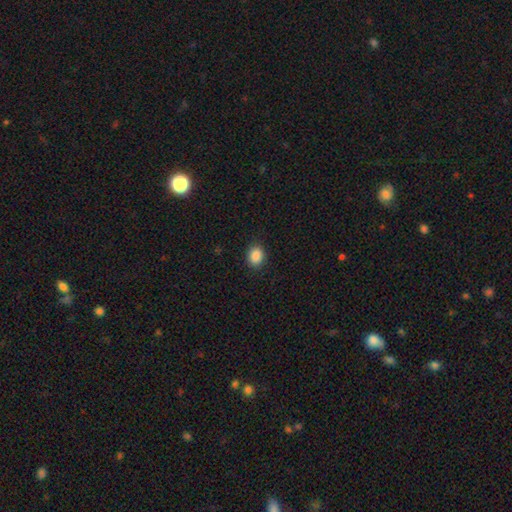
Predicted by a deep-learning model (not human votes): Q: Smooth or featured?
A: smooth (87%); runner-up: star or artifact (9%)
Q: How rounded?
A: in between (51%); runner-up: round (48%)
Q: Merging?
A: none (89%); runner-up: minor disturbance (8%)